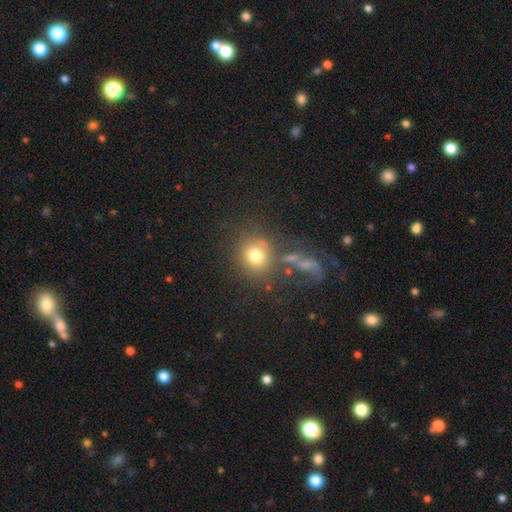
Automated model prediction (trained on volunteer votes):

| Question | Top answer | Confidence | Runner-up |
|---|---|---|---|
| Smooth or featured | smooth | 74% | featured or disk (13%) |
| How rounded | round | 82% | in between (16%) |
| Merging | none | 64% | minor disturbance (14%) |